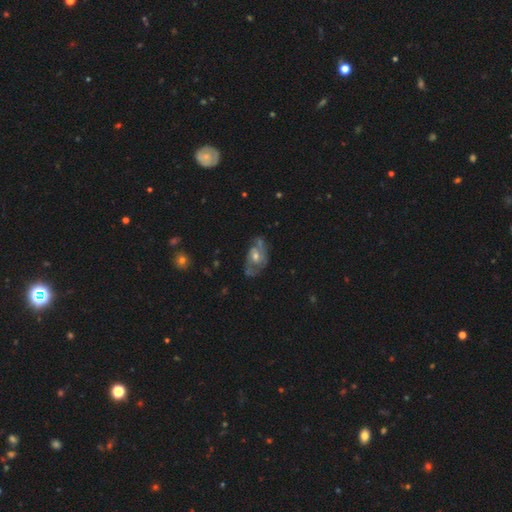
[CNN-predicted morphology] smooth-or-featured: featured or disk: 75% | smooth: 17% | star or artifact: 8%
  disk-edge-on: no: 95% | yes: 5%
    bar: no: 60% | weak: 33% | strong: 7%
    has-spiral-arms: yes: 80% | no: 20%
      spiral-winding: medium: 44% | tight: 35% | loose: 21%
      spiral-arm-count: 2: 58% | can't tell: 25% | 3: 7% | 1: 6% | 4: 2% | more than 4: 2%
    bulge-size: moderate: 63% | small: 29% | large: 5% | none: 2% | dominant: 1%
  merging: none: 58% | minor disturbance: 24% | major disturbance: 14% | merger: 4%